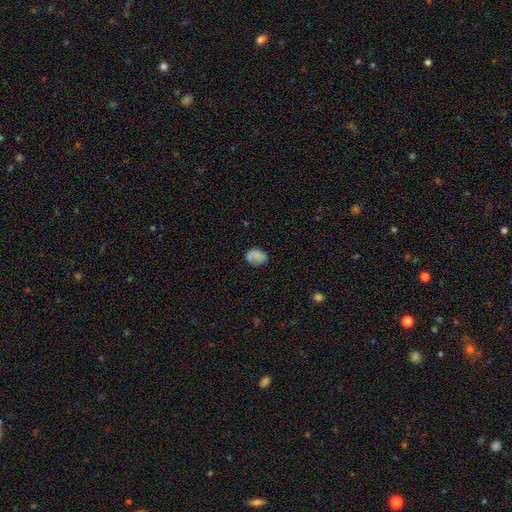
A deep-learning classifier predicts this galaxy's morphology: smooth 79%, featured or disk 12%, star or artifact 10%. Down the decision tree: how rounded — in between (67%); merging — none (67%).